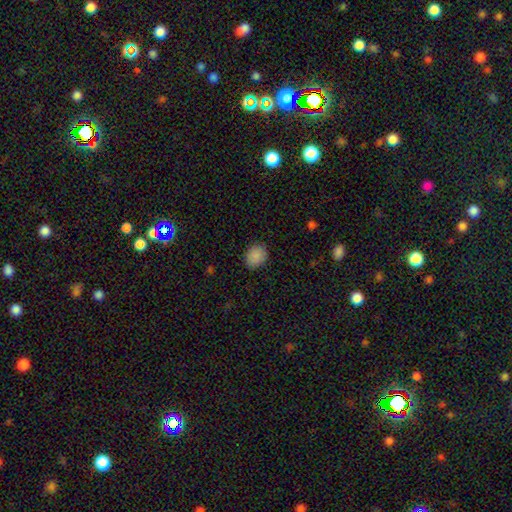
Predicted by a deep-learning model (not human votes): smooth-or-featured: smooth: 88% | star or artifact: 9% | featured or disk: 4%
  how-rounded: in between: 53% | round: 46% | cigar-shaped: 1%
  merging: none: 85% | minor disturbance: 12% | major disturbance: 3% | merger: 1%